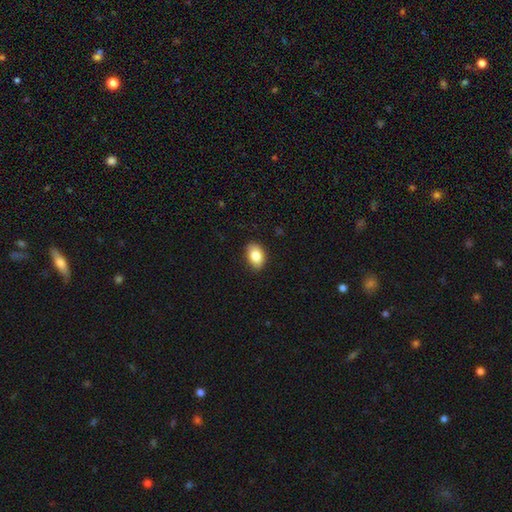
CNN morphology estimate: Smooth or featured? smooth (85%)
How rounded? in between (87%)
Merging? none (86%)